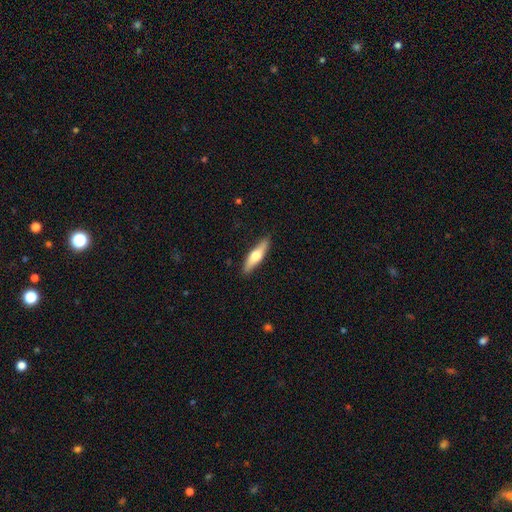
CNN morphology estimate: smooth 53%, featured or disk 42%, star or artifact 5%. Down the decision tree: how rounded — cigar-shaped (67%); merging — none (88%).